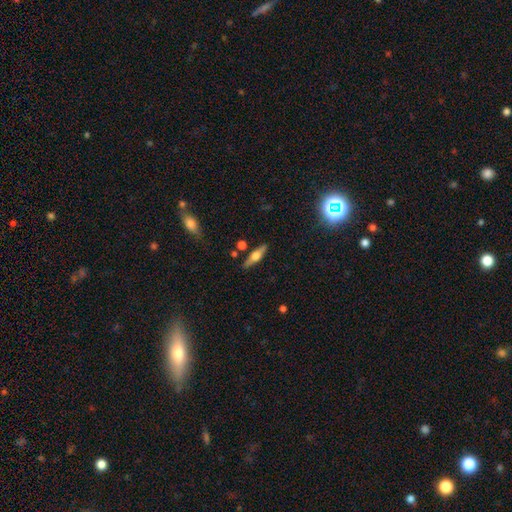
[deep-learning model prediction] Q: Smooth or featured?
A: featured or disk (61%); runner-up: smooth (32%)
Q: Edge-on disk?
A: yes (95%); runner-up: no (5%)
Q: Edge-on bulge?
A: rounded (91%); runner-up: boxy (7%)
Q: Merging?
A: none (85%); runner-up: minor disturbance (10%)